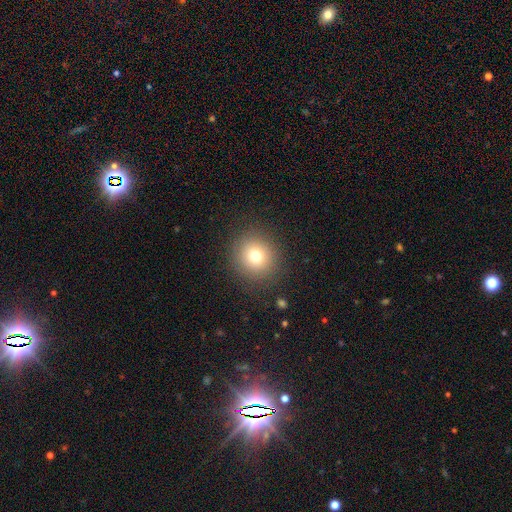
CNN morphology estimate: Smooth or featured?
  - smooth: 74% *
  - star or artifact: 14%
  - featured or disk: 12%
How rounded?
  - round: 93% *
  - in between: 7%
  - cigar-shaped: 1%
Merging?
  - none: 89% *
  - minor disturbance: 7%
  - major disturbance: 3%
  - merger: 1%